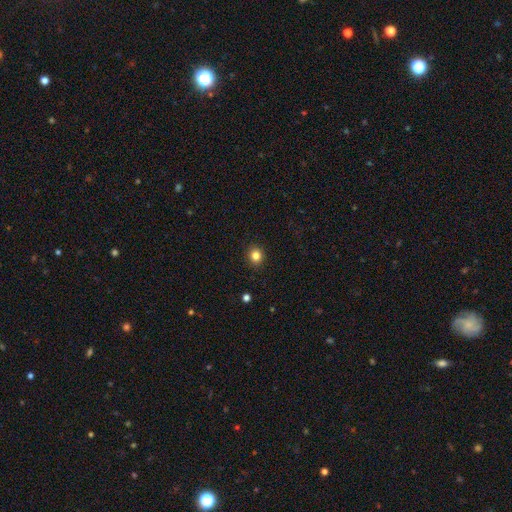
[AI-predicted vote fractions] smooth-or-featured: smooth: 83% | star or artifact: 12% | featured or disk: 5%
  how-rounded: round: 83% | in between: 16% | cigar-shaped: 1%
  merging: none: 91% | minor disturbance: 6% | major disturbance: 2% | merger: 1%